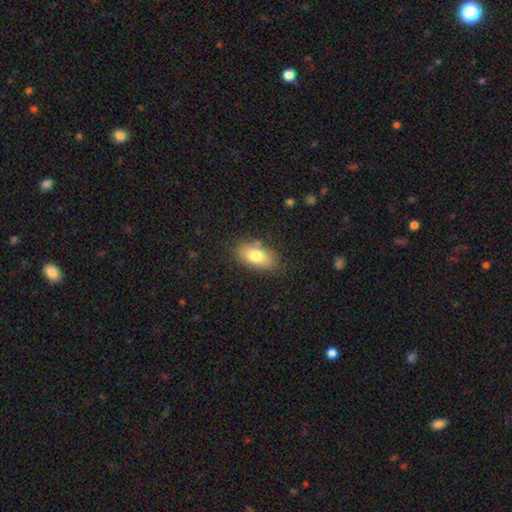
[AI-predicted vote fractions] Smooth or featured: smooth — 79% (featured or disk — 13%)
How rounded: in between — 91% (round — 5%)
Merging: none — 81% (minor disturbance — 14%)